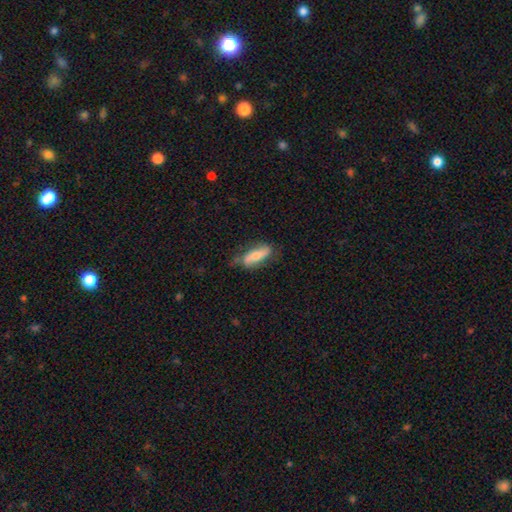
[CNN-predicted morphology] Q: Smooth or featured?
A: smooth (57%); runner-up: featured or disk (36%)
Q: How rounded?
A: in between (66%); runner-up: cigar-shaped (31%)
Q: Merging?
A: none (65%); runner-up: minor disturbance (26%)